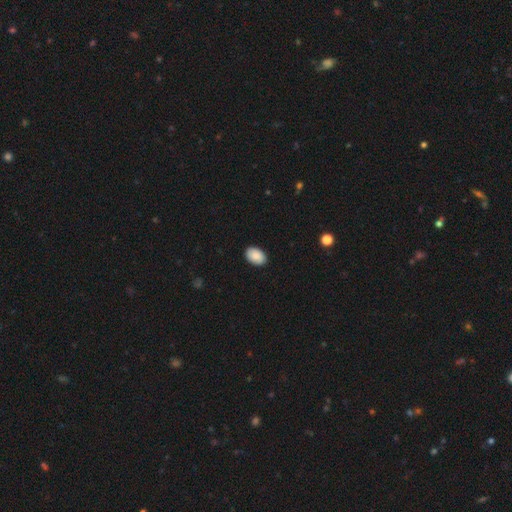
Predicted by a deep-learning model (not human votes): smooth-or-featured: smooth: 89% | star or artifact: 6% | featured or disk: 4%
  how-rounded: in between: 88% | round: 11% | cigar-shaped: 1%
  merging: none: 90% | minor disturbance: 8% | major disturbance: 2% | merger: 1%